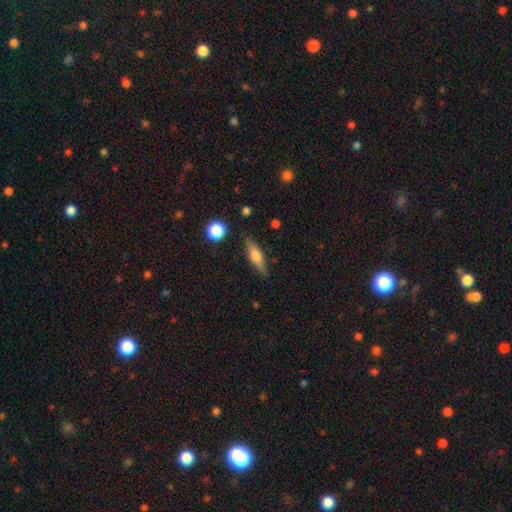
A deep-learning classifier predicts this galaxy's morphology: This is possibly a smooth galaxy (58%). How rounded: possibly cigar-shaped (57%). Merging: clearly none (84%).